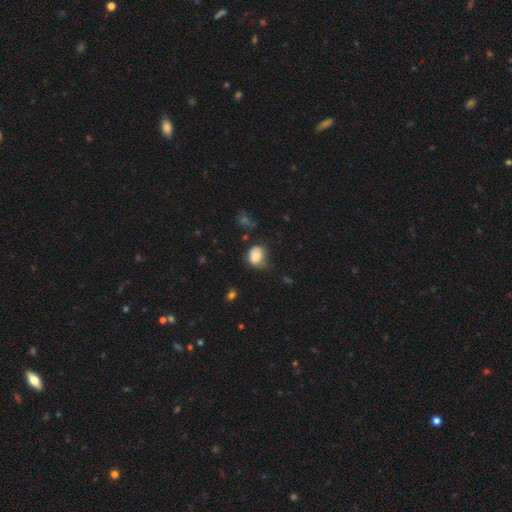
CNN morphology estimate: Q: Smooth or featured?
A: smooth (83%); runner-up: star or artifact (9%)
Q: How rounded?
A: round (55%); runner-up: in between (44%)
Q: Merging?
A: none (46%); runner-up: minor disturbance (36%)